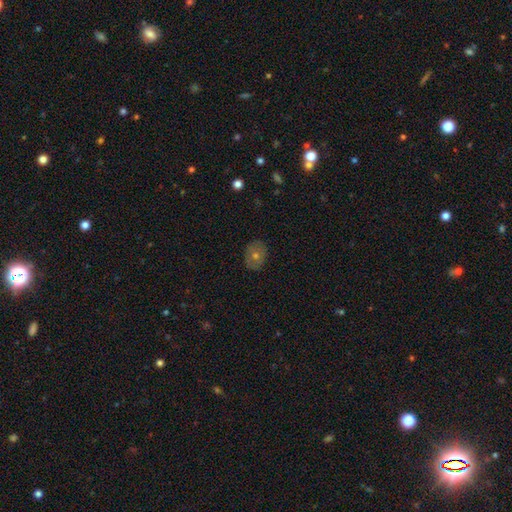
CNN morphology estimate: Smooth or featured?
  - smooth: 56% *
  - featured or disk: 31%
  - star or artifact: 13%
How rounded?
  - in between: 53% *
  - round: 46%
  - cigar-shaped: 1%
Merging?
  - none: 83% *
  - minor disturbance: 13%
  - major disturbance: 3%
  - merger: 1%